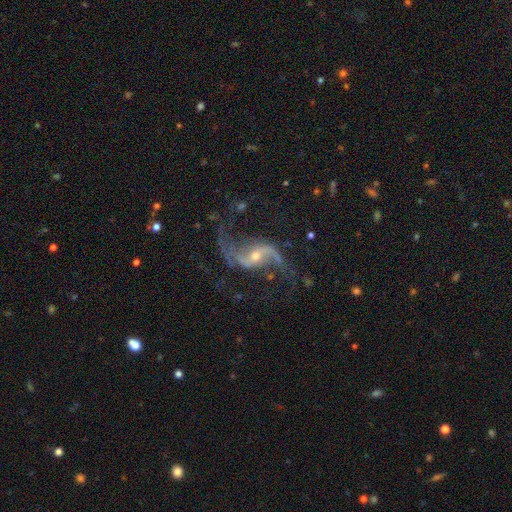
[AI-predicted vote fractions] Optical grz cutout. It shows a featured or disk galaxy (91%) with a weak bar (38%), 2 (94%) loose (80%) spiral arms (97%) and a small central bulge (58%). Merging: none (72%).